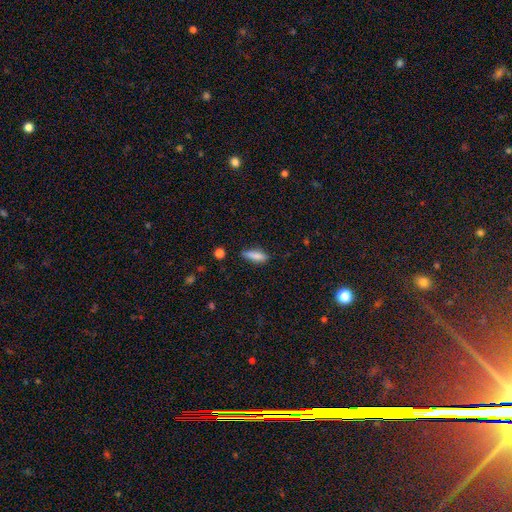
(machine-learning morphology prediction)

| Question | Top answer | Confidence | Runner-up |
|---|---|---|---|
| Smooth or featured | smooth | 81% | featured or disk (11%) |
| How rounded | cigar-shaped | 52% | in between (46%) |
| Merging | none | 75% | minor disturbance (19%) |